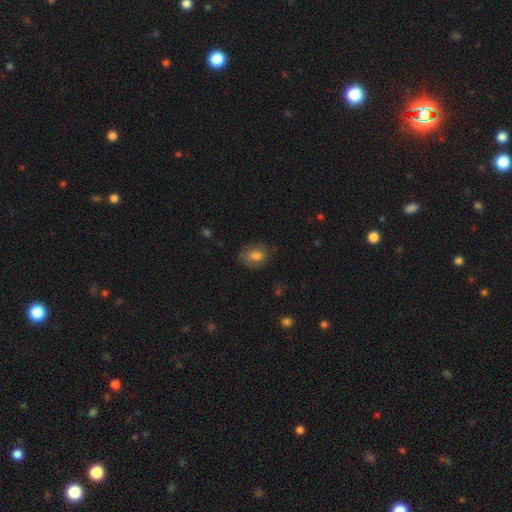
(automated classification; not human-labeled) Smooth or featured?
  - smooth: 74% *
  - featured or disk: 17%
  - star or artifact: 9%
How rounded?
  - in between: 65% *
  - round: 33%
  - cigar-shaped: 1%
Merging?
  - none: 67% *
  - minor disturbance: 22%
  - major disturbance: 9%
  - merger: 1%